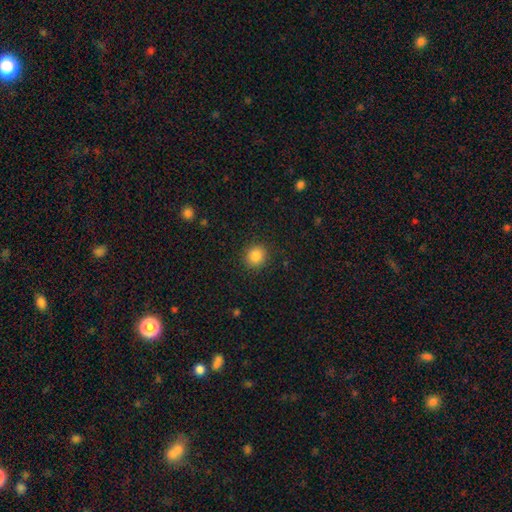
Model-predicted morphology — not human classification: type=smooth (86%); roundness=round (86%); merging=none (90%).